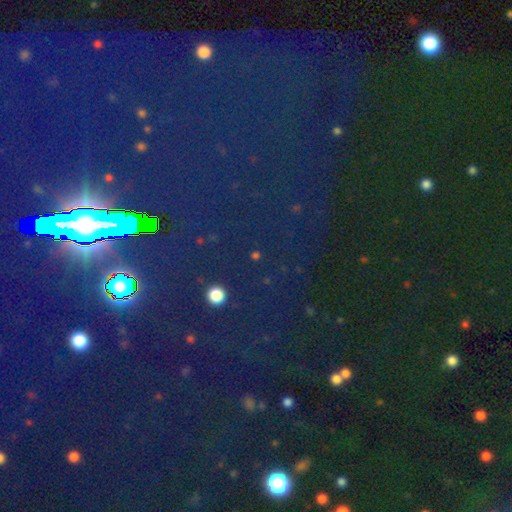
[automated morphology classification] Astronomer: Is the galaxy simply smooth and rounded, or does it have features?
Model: star or artifact — 53% (runner-up: smooth, 40%).